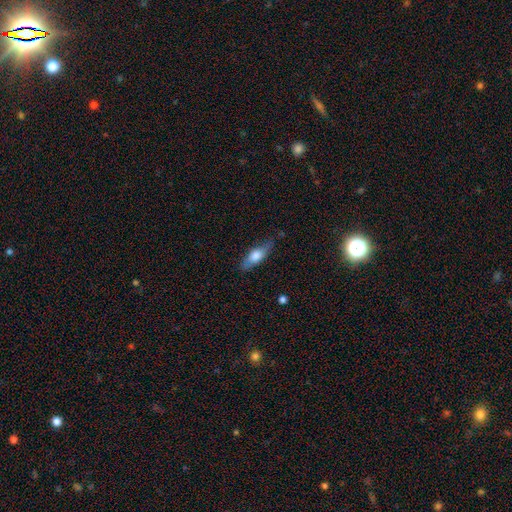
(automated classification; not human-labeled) smooth_or_featured: smooth (p=0.61) [alt: featured or disk p=0.32]
how_rounded: in between (p=0.61) [alt: cigar-shaped p=0.35]
merging: none (p=0.73) [alt: minor disturbance p=0.21]